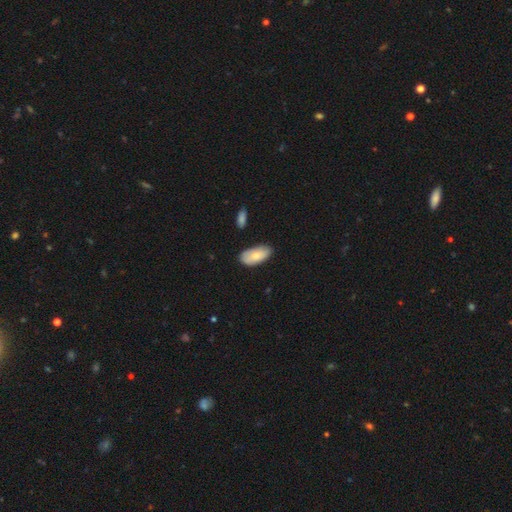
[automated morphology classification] smooth_or_featured: smooth (p=0.76) [alt: featured or disk p=0.18]
how_rounded: in between (p=0.94) [alt: cigar-shaped p=0.04]
merging: none (p=0.75) [alt: minor disturbance p=0.19]